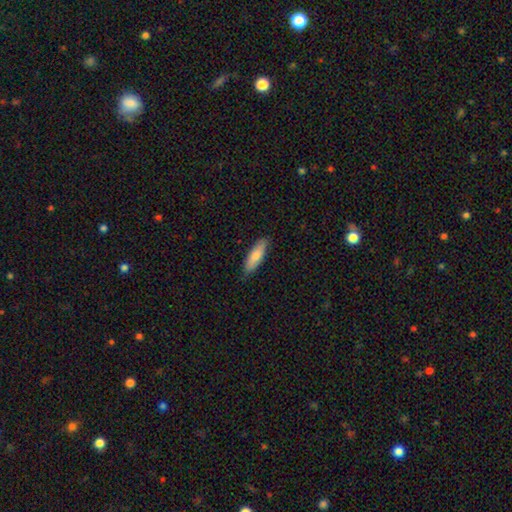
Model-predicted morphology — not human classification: Overall: smooth (80%). How rounded: cigar-shaped (50%; in between 49%). Merging: none (85%).